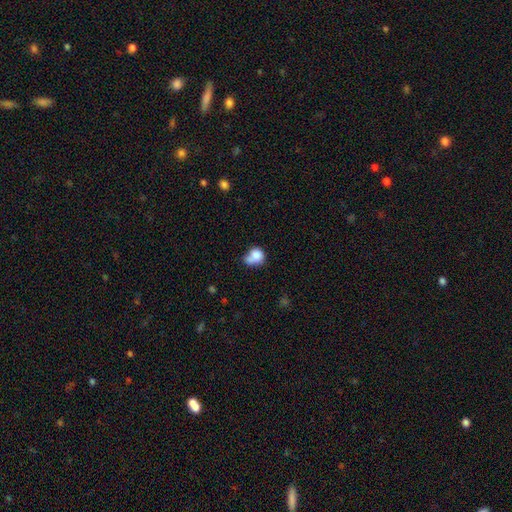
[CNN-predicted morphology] Smooth or featured?
  - smooth: 78% *
  - featured or disk: 12%
  - star or artifact: 9%
How rounded?
  - round: 61% *
  - in between: 38%
  - cigar-shaped: 1%
Merging?
  - merger: 38% *
  - none: 29%
  - minor disturbance: 21%
  - major disturbance: 12%